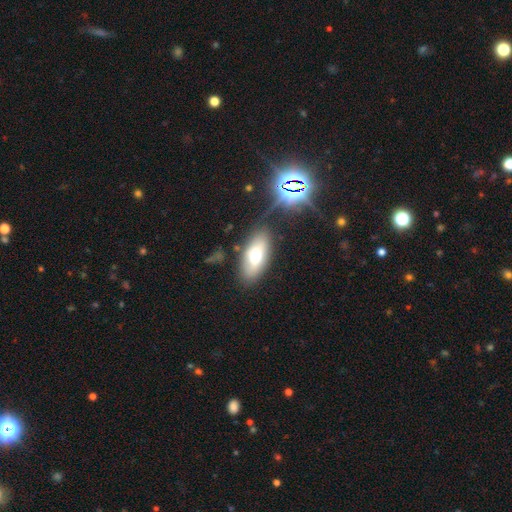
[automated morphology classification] This is likely a smooth galaxy (65%). How rounded: clearly in between (87%). Merging: likely none (79%).